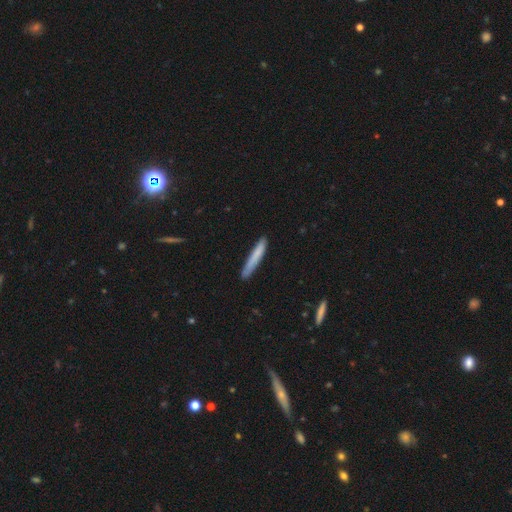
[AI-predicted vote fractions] Smooth or featured? smooth (76%)
How rounded? cigar-shaped (95%)
Merging? none (84%)